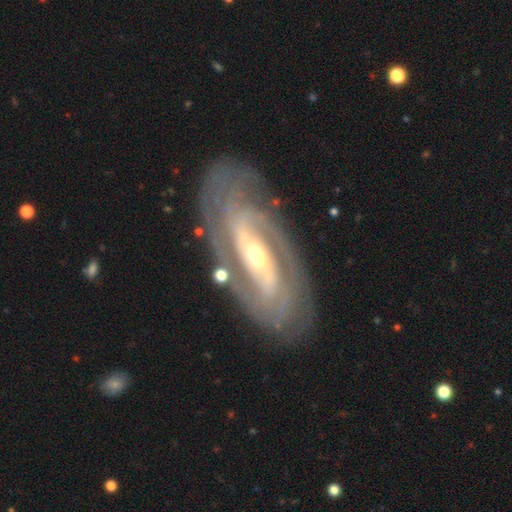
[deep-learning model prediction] smooth-or-featured: featured or disk: 89% | smooth: 6% | star or artifact: 5%
  disk-edge-on: no: 93% | yes: 7%
    bar: strong: 37% | no: 32% | weak: 31%
    has-spiral-arms: yes: 95% | no: 5%
      spiral-winding: tight: 58% | medium: 33% | loose: 9%
      spiral-arm-count: 2: 61% | can't tell: 17% | 3: 11% | 4: 5% | 1: 4% | more than 4: 4%
    bulge-size: moderate: 55% | small: 38% | large: 4% | dominant: 1% | none: 1%
  merging: none: 73% | minor disturbance: 17% | major disturbance: 7% | merger: 3%